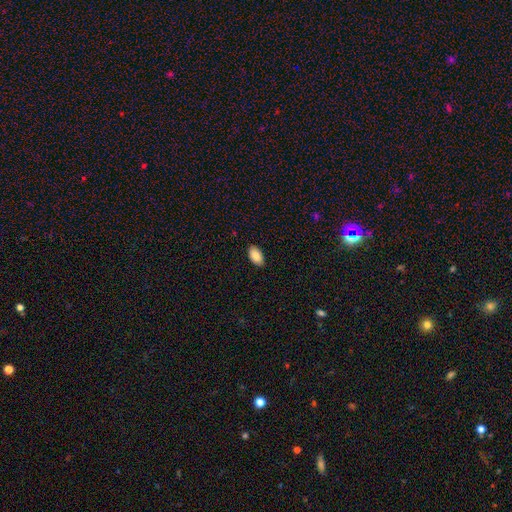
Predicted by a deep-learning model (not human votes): A smooth galaxy with no disk features (87%) that is in between round and cigar-shaped (94%). Merging: none (89%).